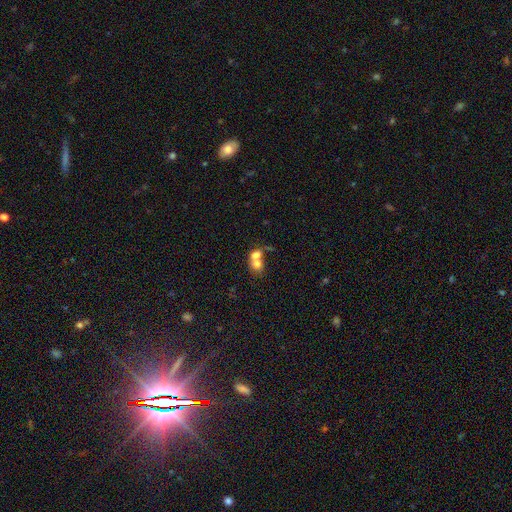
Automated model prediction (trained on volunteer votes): Overall: smooth (71%). How rounded: round (51%; in between 48%). Merging: merger (72%).